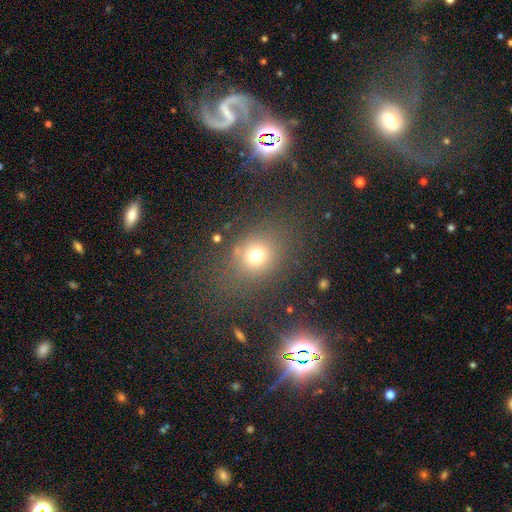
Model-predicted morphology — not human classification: type=smooth (72%); roundness=round (67%); merging=none (75%).